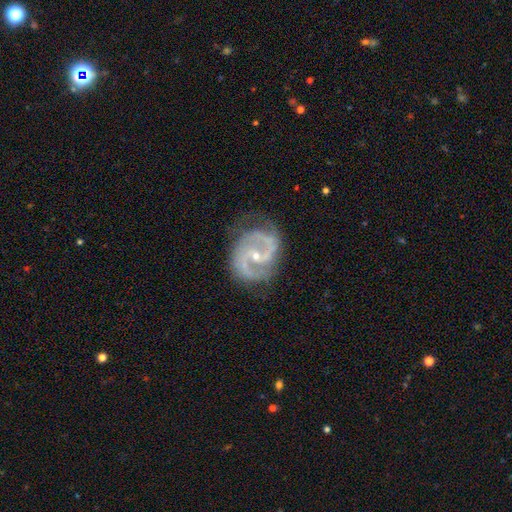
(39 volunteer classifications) This is clearly a featured or disk galaxy (82%). It is clearly not viewed edge-on (97%). Bar: possibly no (45%). Spiral arm pattern: clearly yes (97%). Spiral arm count: clearly 2 (80%). Spiral winding: possibly medium (53%). Central bulge: likely small (65%). Merging: likely none (60%).